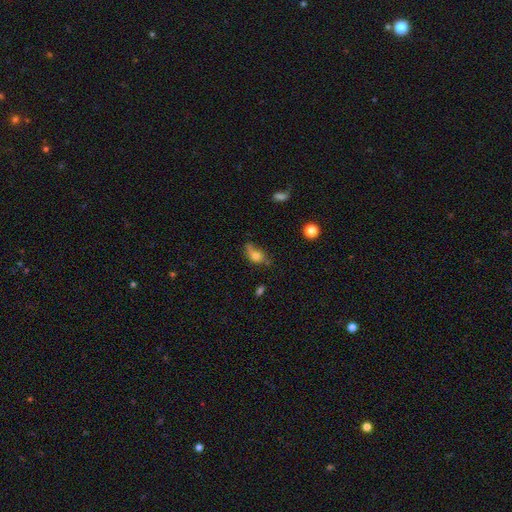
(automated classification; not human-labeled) Overall: smooth (68%). How rounded: in between (75%). Merging: none (34%, tied with minor disturbance).